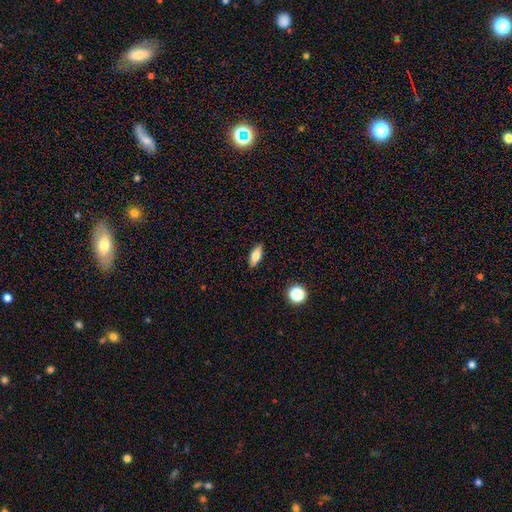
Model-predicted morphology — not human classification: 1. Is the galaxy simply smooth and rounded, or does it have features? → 69% smooth, 23% featured or disk, 8% star or artifact.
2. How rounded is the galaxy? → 72% in between, 23% cigar-shaped, 5% round.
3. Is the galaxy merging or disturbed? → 87% none, 9% minor disturbance, 2% major disturbance, 1% merger.